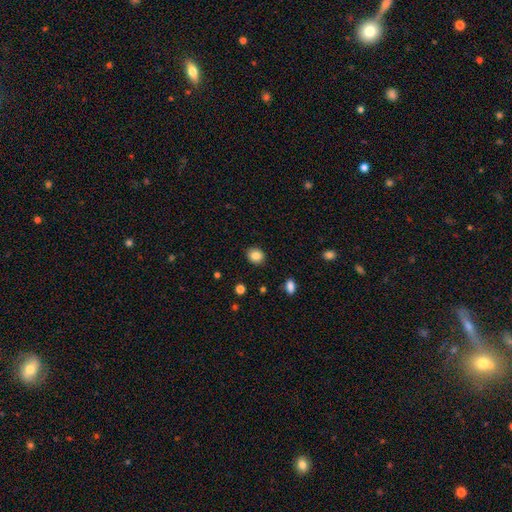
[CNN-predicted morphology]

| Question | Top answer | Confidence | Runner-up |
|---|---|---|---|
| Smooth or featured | smooth | 85% | star or artifact (10%) |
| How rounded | round | 72% | in between (27%) |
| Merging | none | 89% | minor disturbance (7%) |